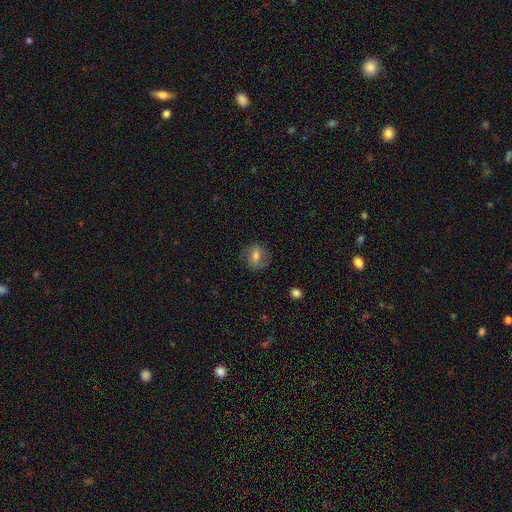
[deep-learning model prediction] This is likely a smooth galaxy (61%). How rounded: possibly round (58%). Merging: likely none (77%).